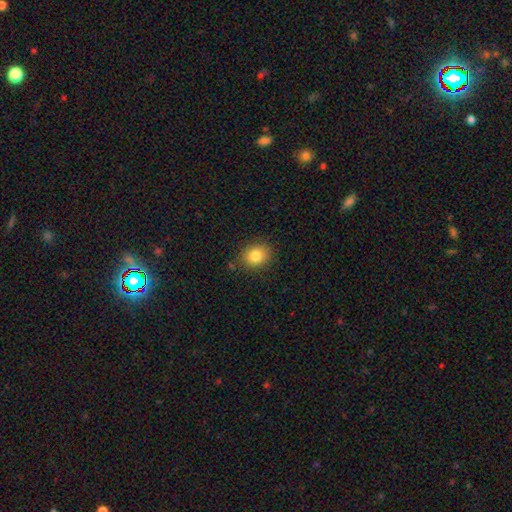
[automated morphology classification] smooth 83%, star or artifact 10%, featured or disk 7%. Down the decision tree: how rounded — round (60%); merging — none (85%).